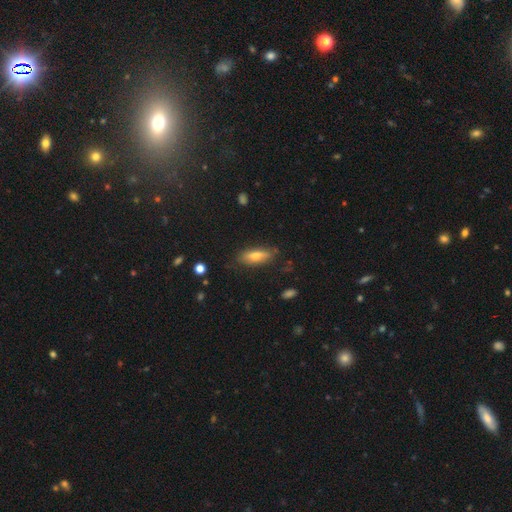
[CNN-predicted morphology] A smooth galaxy with no disk features (67%) that is in between round and cigar-shaped (55%).

Vote fractions:
- Smooth or featured? smooth: 67% / featured or disk: 25% / star or artifact: 8%
- How rounded? in between: 55% / cigar-shaped: 43% / round: 2%
- Merging? none: 78% / minor disturbance: 16% / major disturbance: 4% / merger: 2%